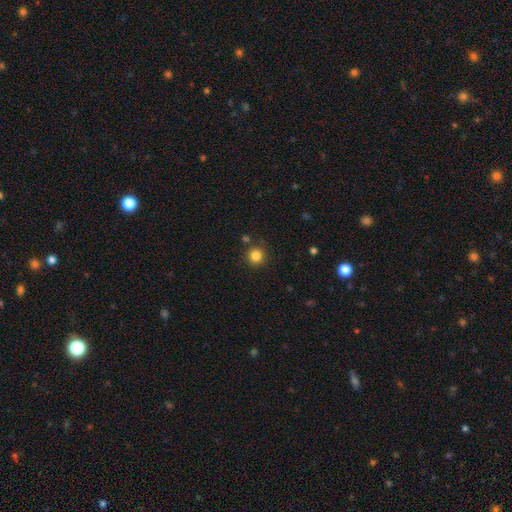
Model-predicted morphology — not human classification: Smooth or featured: smooth — 83% (star or artifact — 12%)
How rounded: round — 94% (in between — 5%)
Merging: none — 86% (minor disturbance — 7%)